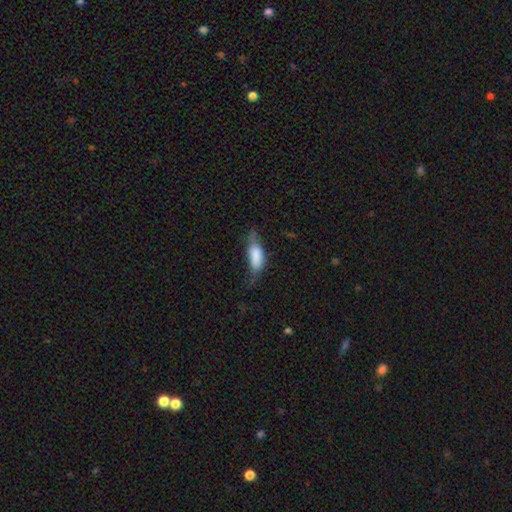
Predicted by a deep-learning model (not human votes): A smooth galaxy with no disk features (75%) that is in between round and cigar-shaped (75%).

Vote fractions:
- Smooth or featured? smooth: 75% / featured or disk: 18% / star or artifact: 7%
- How rounded? in between: 75% / cigar-shaped: 22% / round: 3%
- Merging? none: 39% / minor disturbance: 35% / major disturbance: 23% / merger: 3%